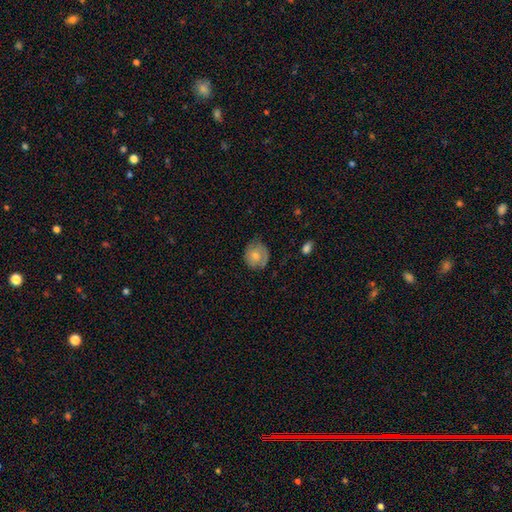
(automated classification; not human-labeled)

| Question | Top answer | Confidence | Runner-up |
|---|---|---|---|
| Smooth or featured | smooth | 58% | featured or disk (34%) |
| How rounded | round | 80% | in between (19%) |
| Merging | none | 63% | minor disturbance (26%) |